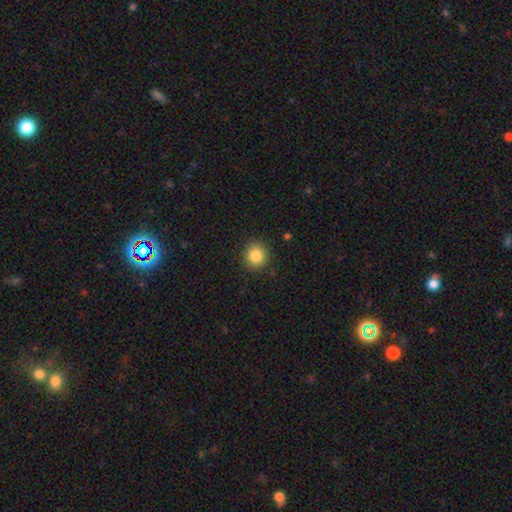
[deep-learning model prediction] Morphology: type=smooth (85%); roundness=round (88%); merging=none (89%).